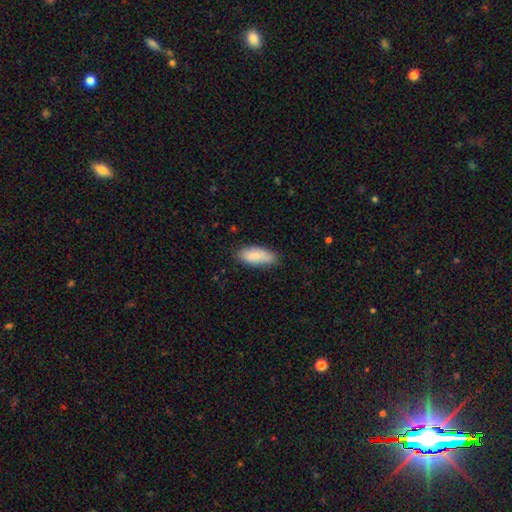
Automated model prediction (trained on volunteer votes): This is clearly a smooth galaxy (84%). How rounded: clearly in between (83%). Merging: likely none (74%).